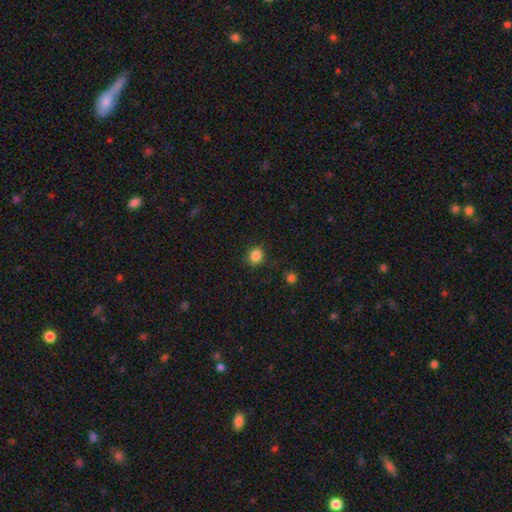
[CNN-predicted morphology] Q: Smooth or featured?
A: smooth (85%); runner-up: star or artifact (11%)
Q: How rounded?
A: round (77%); runner-up: in between (22%)
Q: Merging?
A: none (86%); runner-up: minor disturbance (10%)